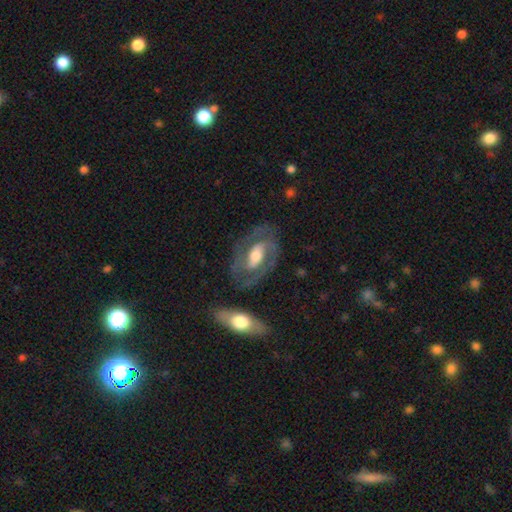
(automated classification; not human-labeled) A featured or disk galaxy (82%) with a weak bar (37%), 2 (86%) medium (50%) spiral arms (89%) and a moderate central bulge (59%).

Vote fractions:
- Smooth or featured? featured or disk: 82% / smooth: 13% / star or artifact: 5%
- Edge-on disk? no: 95% / yes: 5%
- Bar? weak: 37% / strong: 36% / no: 27%
- Spiral arms? yes: 89% / no: 11%
- Spiral winding? medium: 50% / tight: 37% / loose: 13%
- Spiral arm count? 2: 86% / can't tell: 7% / 1: 3% / 3: 2% / 4: 1% / more than 4: 1%
- Bulge size? moderate: 59% / large: 19% / small: 19% / dominant: 2% / none: 2%
- Merging? none: 72% / minor disturbance: 15% / major disturbance: 9% / merger: 3%